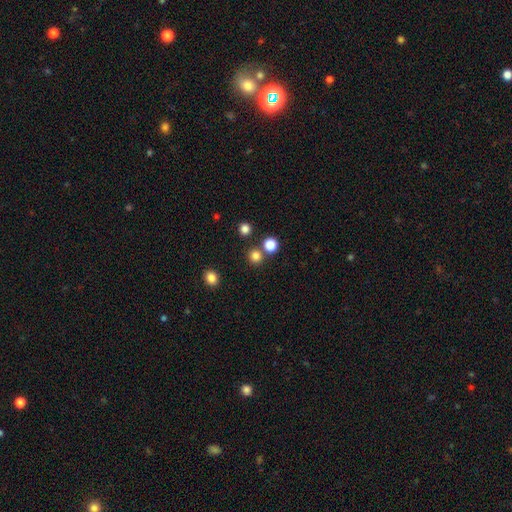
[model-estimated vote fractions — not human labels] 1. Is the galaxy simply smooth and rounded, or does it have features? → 79% smooth, 16% star or artifact, 5% featured or disk.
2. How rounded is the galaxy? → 92% round, 7% in between, 1% cigar-shaped.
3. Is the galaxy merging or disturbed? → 77% none, 15% merger, 6% minor disturbance, 3% major disturbance.